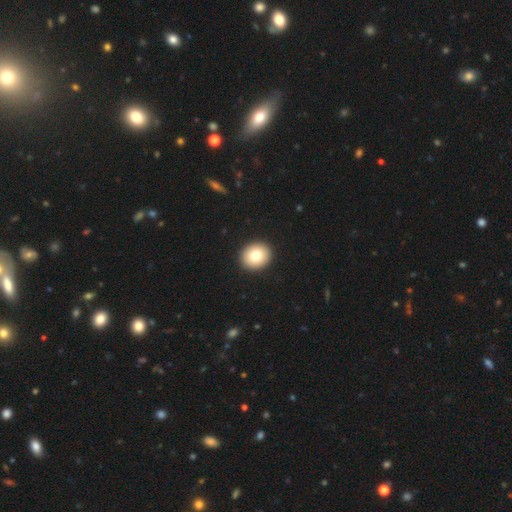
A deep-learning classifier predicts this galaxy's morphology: smooth 79%, featured or disk 12%, star or artifact 9%. Down the decision tree: how rounded — round (77%); merging — none (93%).